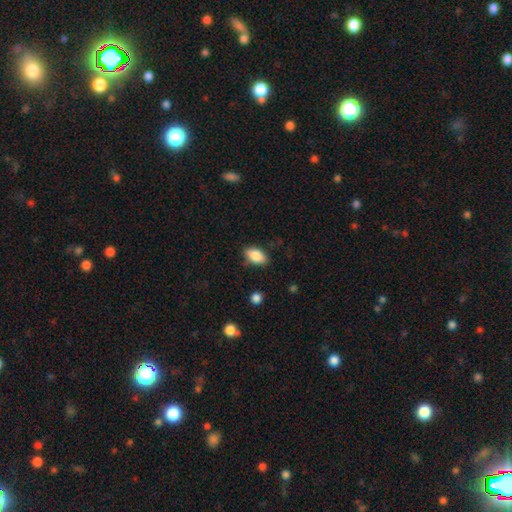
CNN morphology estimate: smooth_or_featured: smooth (p=0.87) [alt: star or artifact p=0.07]
how_rounded: in between (p=0.92) [alt: round p=0.06]
merging: none (p=0.83) [alt: minor disturbance p=0.13]